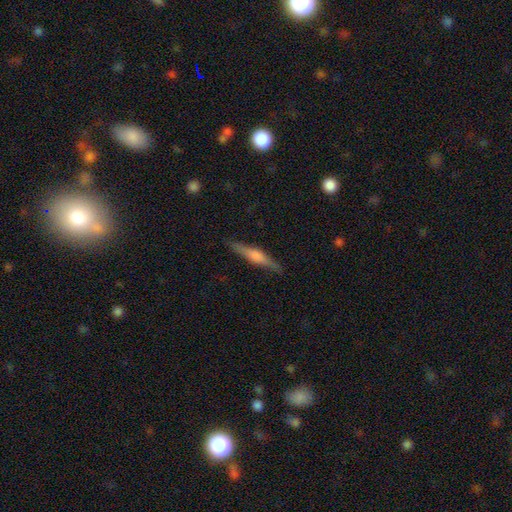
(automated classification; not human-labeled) Q: Smooth or featured?
A: featured or disk (63%); runner-up: smooth (30%)
Q: Edge-on disk?
A: yes (97%); runner-up: no (3%)
Q: Edge-on bulge?
A: rounded (67%); runner-up: boxy (24%)
Q: Merging?
A: none (88%); runner-up: minor disturbance (9%)